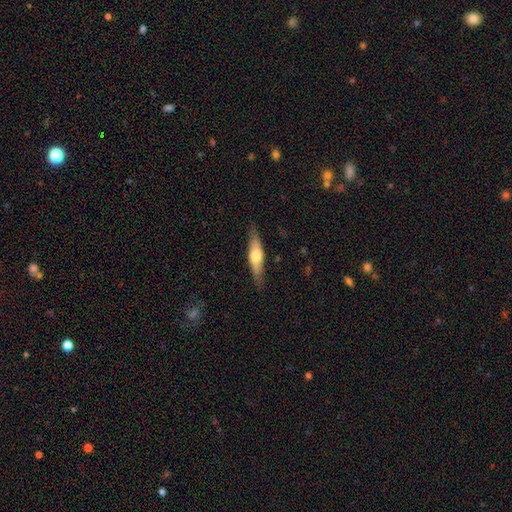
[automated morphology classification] Smooth or featured? smooth (48%)
Merging? none (83%)